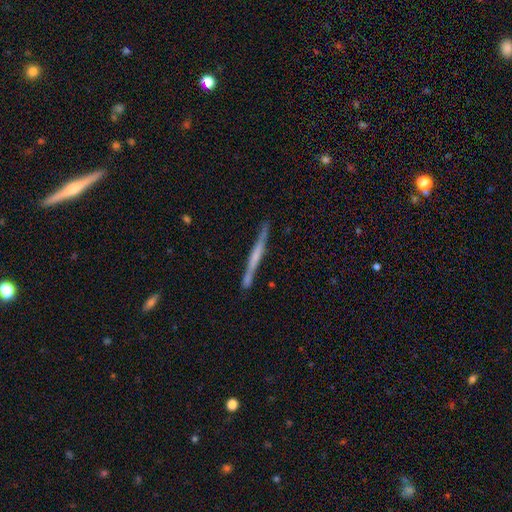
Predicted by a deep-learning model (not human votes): Smooth or featured? featured or disk (61%)
Edge-on disk? yes (97%)
Edge-on bulge? none (55%)
Merging? none (84%)